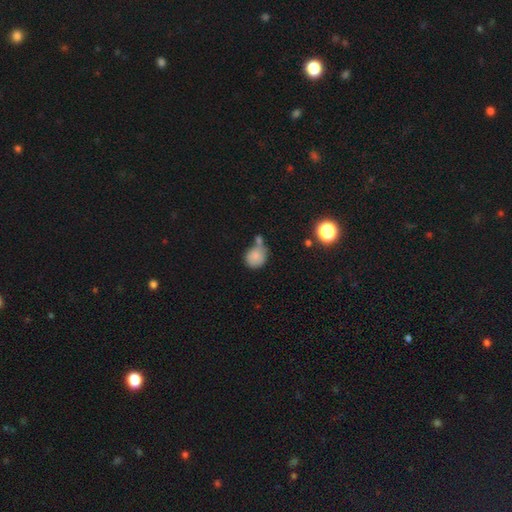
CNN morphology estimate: The model was most divided on "merging": none: 42%, merger: 35%, minor disturbance: 17%, major disturbance: 6%. More confident: smooth or featured — smooth (81%); how rounded — round (78%).